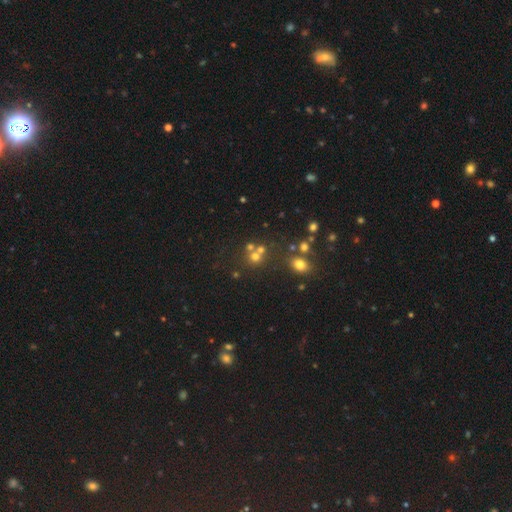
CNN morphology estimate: This is possibly a smooth galaxy (58%). How rounded: clearly round (83%). Merging: possibly none (55%).